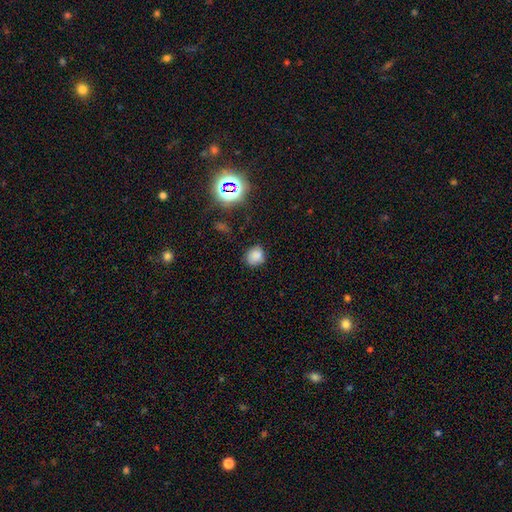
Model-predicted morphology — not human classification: Smooth or featured? smooth (79%)
How rounded? round (72%)
Merging? none (77%)